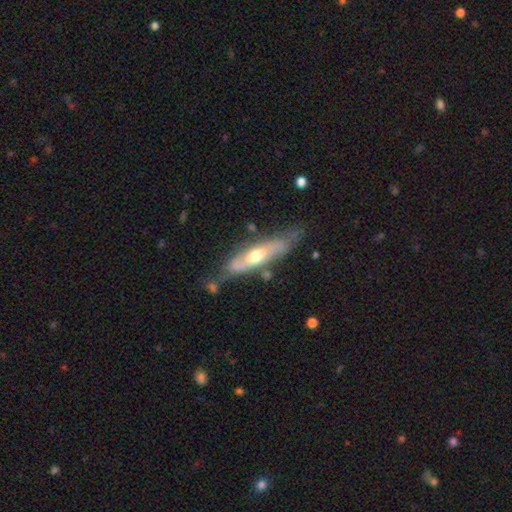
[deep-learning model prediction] smooth-or-featured: featured or disk: 63% | smooth: 32% | star or artifact: 5%
  disk-edge-on: no: 54% | yes: 46%
  merging: none: 60% | minor disturbance: 26% | major disturbance: 9% | merger: 5%